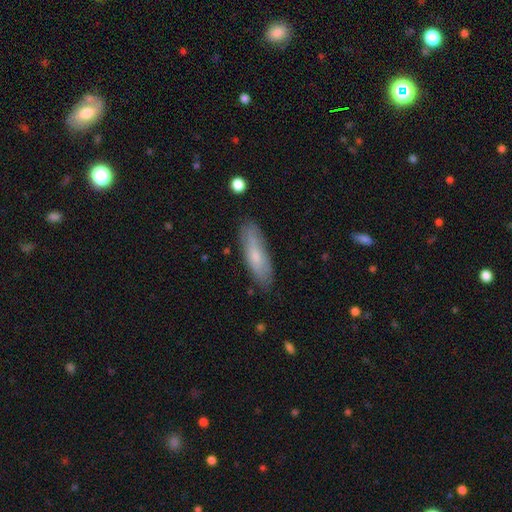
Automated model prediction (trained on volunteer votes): Smooth or featured? Predicted: smooth (p=0.65). How rounded? Predicted: cigar-shaped (p=0.59). Merging? Predicted: none (p=0.81).